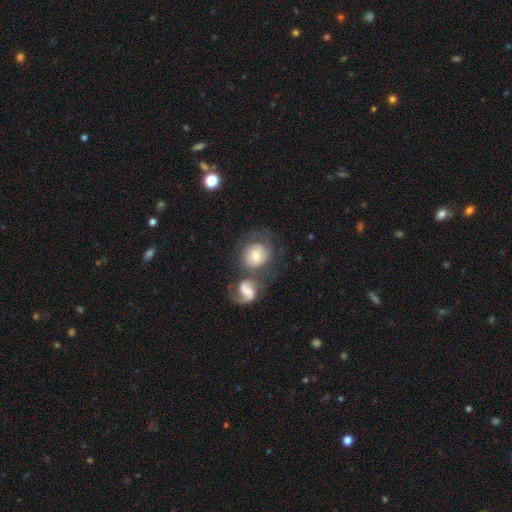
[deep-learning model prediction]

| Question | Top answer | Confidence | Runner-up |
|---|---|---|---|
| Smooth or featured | featured or disk | 55% | smooth (37%) |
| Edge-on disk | no | 96% | yes (4%) |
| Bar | no | 68% | weak (25%) |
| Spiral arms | yes | 82% | no (18%) |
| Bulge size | moderate | 45% | small (38%) |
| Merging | merger | 40% | none (36%) |